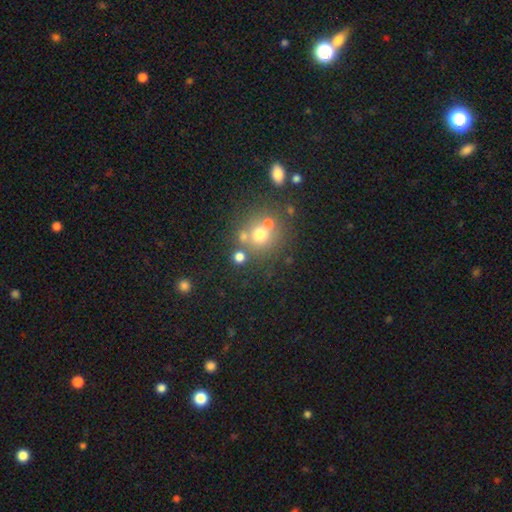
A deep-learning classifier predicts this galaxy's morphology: Overall: smooth (45%; star or artifact 41%). Merging: none (60%; merger 27%).